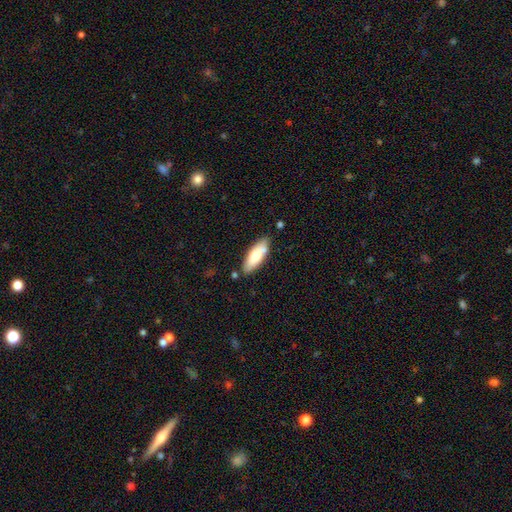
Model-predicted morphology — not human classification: The model was most divided on "how rounded": in between: 67%, cigar-shaped: 31%, round: 2%. More confident: merging — none (77%); smooth or featured — smooth (70%).